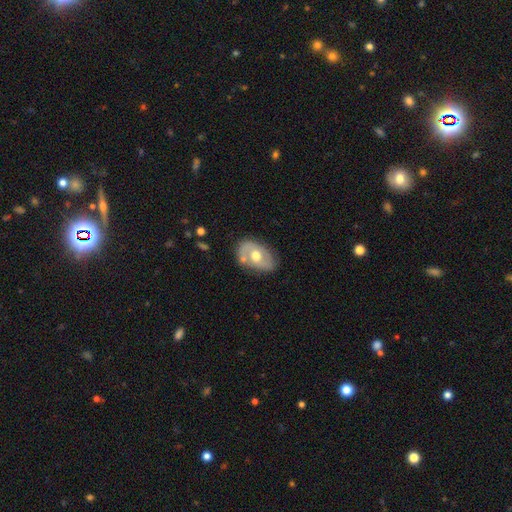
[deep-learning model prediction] Smooth or featured? Predicted: featured or disk (p=0.55). Edge-on disk? Predicted: no (p=0.93). Bar? Predicted: no (p=0.72). Spiral arms? Predicted: no (p=0.57). Bulge size? Predicted: moderate (p=0.76). Merging? Predicted: none (p=0.63).